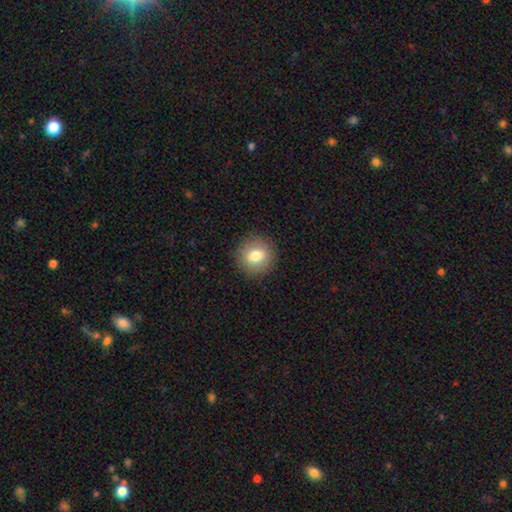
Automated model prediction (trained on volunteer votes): The model was most divided on "smooth or featured": smooth: 79%, featured or disk: 12%, star or artifact: 9%. More confident: how rounded — round (90%); merging — none (90%).